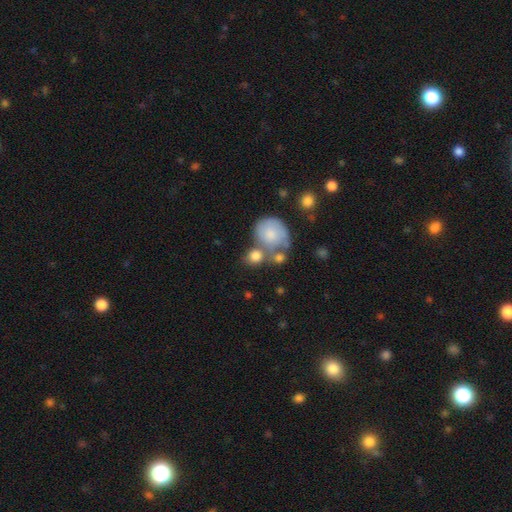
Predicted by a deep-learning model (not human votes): This appears to be a smooth galaxy with no disk features (79%) that is round (75%). Merging: none (44%).